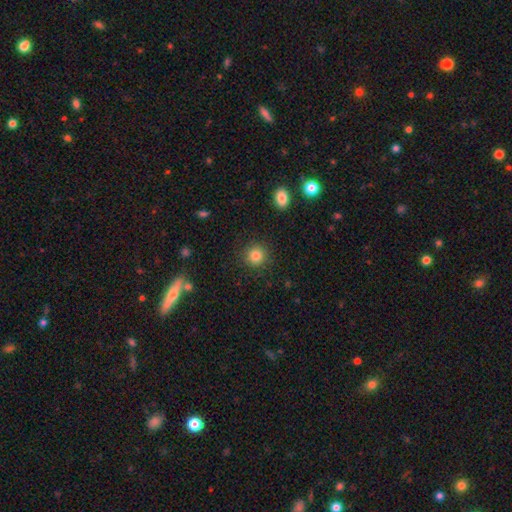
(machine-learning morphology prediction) Smooth or featured?
  - smooth: 83% *
  - star or artifact: 12%
  - featured or disk: 6%
How rounded?
  - round: 92% *
  - in between: 7%
  - cigar-shaped: 1%
Merging?
  - none: 90% *
  - minor disturbance: 6%
  - major disturbance: 3%
  - merger: 1%